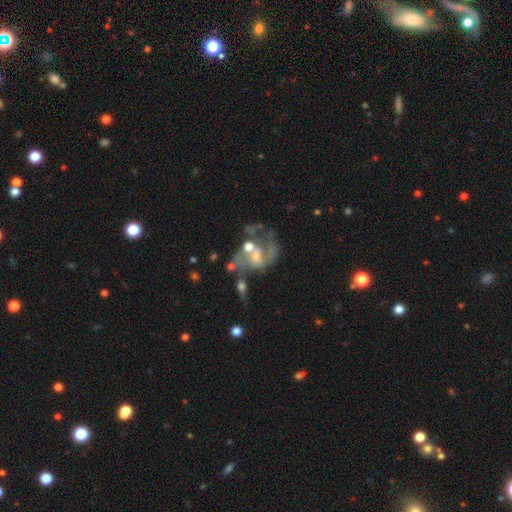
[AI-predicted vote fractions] smooth-or-featured: featured or disk: 75% | smooth: 13% | star or artifact: 12%
  disk-edge-on: no: 98% | yes: 2%
    bar: no: 53% | weak: 36% | strong: 12%
    has-spiral-arms: yes: 64% | no: 36%
    bulge-size: small: 40% | moderate: 32% | none: 22% | large: 4% | dominant: 2%
  merging: major disturbance: 30% | none: 29% | merger: 28% | minor disturbance: 14%